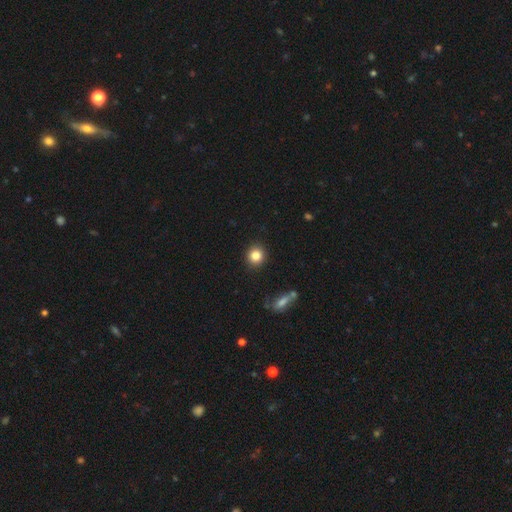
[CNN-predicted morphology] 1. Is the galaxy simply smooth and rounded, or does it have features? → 84% smooth, 11% star or artifact, 6% featured or disk.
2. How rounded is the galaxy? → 88% round, 11% in between, 1% cigar-shaped.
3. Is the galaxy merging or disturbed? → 91% none, 6% minor disturbance, 2% major disturbance, 1% merger.